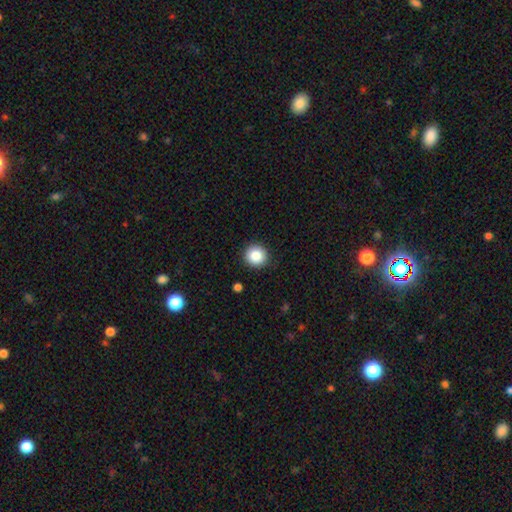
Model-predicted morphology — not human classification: Smooth or featured?
  - smooth: 86% *
  - star or artifact: 9%
  - featured or disk: 5%
How rounded?
  - round: 94% *
  - in between: 5%
  - cigar-shaped: 1%
Merging?
  - none: 91% *
  - minor disturbance: 6%
  - major disturbance: 2%
  - merger: 1%